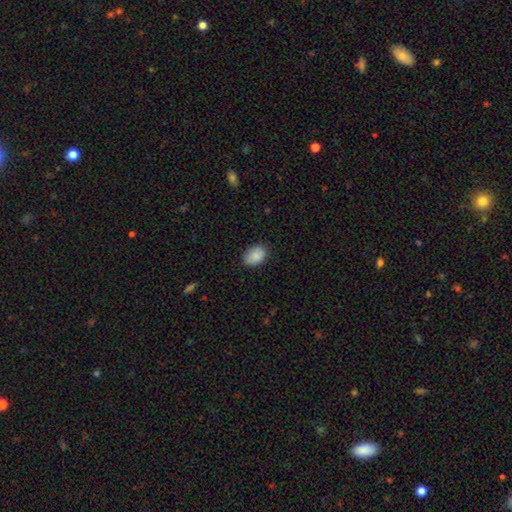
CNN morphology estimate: Q: Smooth or featured?
A: smooth (89%); runner-up: star or artifact (7%)
Q: How rounded?
A: in between (84%); runner-up: round (15%)
Q: Merging?
A: none (86%); runner-up: minor disturbance (11%)